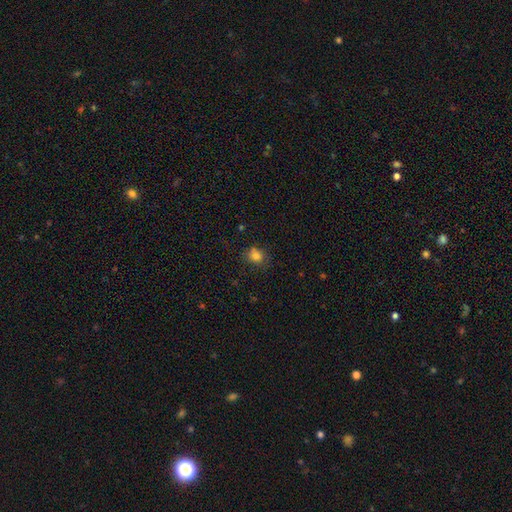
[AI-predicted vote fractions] Smooth or featured? Predicted: smooth (p=0.80). How rounded? Predicted: round (p=0.70). Merging? Predicted: none (p=0.71).